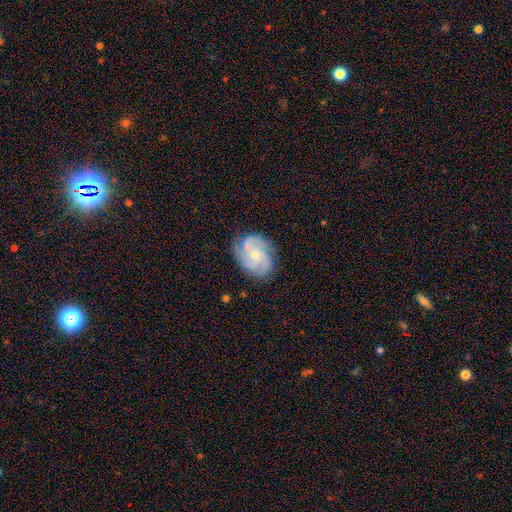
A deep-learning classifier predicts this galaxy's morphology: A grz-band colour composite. It shows a featured or disk galaxy (84%) with no bar (69%), 3 (52%) medium (45%) spiral arms (97%) and a small central bulge (54%). Merging: none (75%).